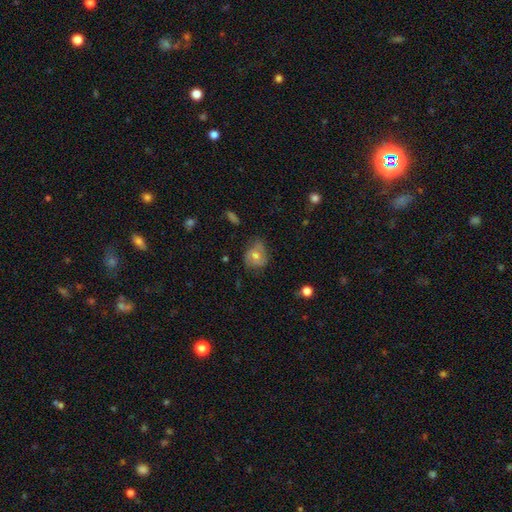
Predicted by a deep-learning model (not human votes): A smooth galaxy with no disk features (51%) that is round (59%). Merging: none (56%).